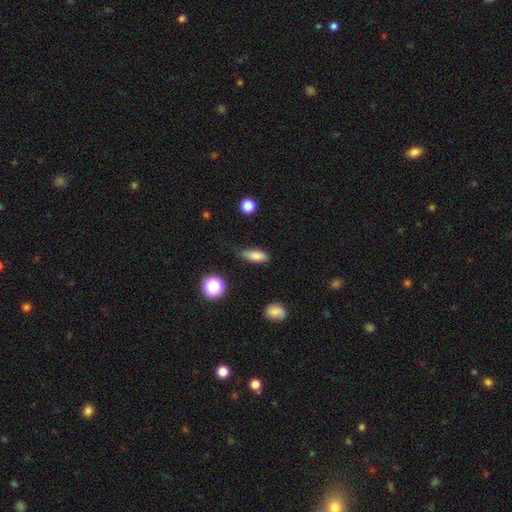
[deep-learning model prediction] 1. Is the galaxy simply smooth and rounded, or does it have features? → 83% smooth, 9% star or artifact, 8% featured or disk.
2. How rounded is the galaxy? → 71% in between, 24% cigar-shaped, 5% round.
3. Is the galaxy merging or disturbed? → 65% none, 27% minor disturbance, 6% major disturbance, 2% merger.